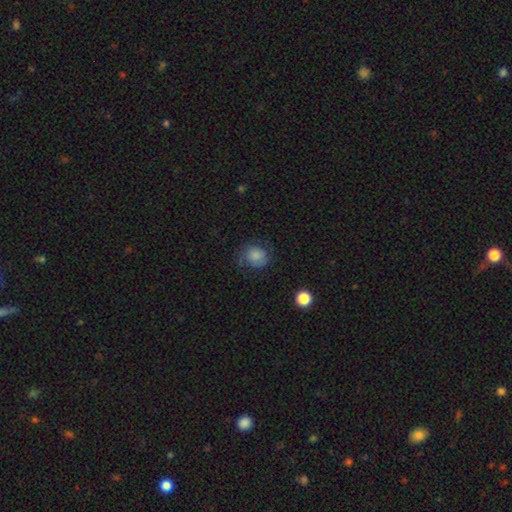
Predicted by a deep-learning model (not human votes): Q: Smooth or featured?
A: smooth (71%); runner-up: featured or disk (19%)
Q: How rounded?
A: round (70%); runner-up: in between (29%)
Q: Merging?
A: none (56%); runner-up: minor disturbance (27%)